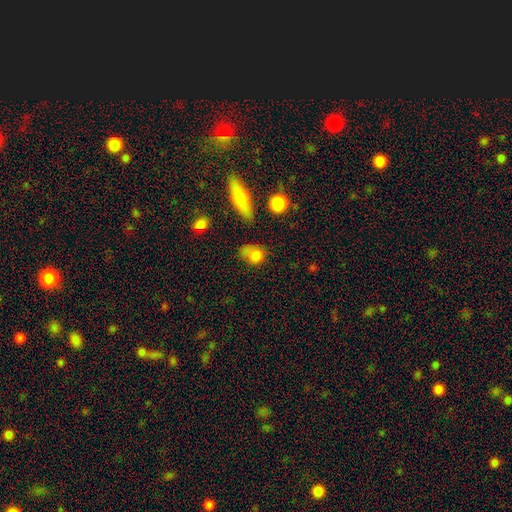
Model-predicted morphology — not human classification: The model was most divided on "how rounded": in between: 55%, round: 43%, cigar-shaped: 3%. Remaining: smooth or featured — smooth (78%); merging — none (43%).